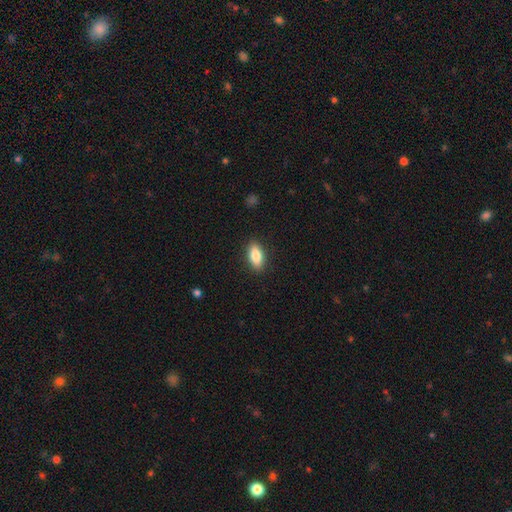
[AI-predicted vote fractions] Q: Smooth or featured?
A: smooth (83%); runner-up: featured or disk (11%)
Q: How rounded?
A: in between (84%); runner-up: cigar-shaped (12%)
Q: Merging?
A: none (89%); runner-up: minor disturbance (8%)